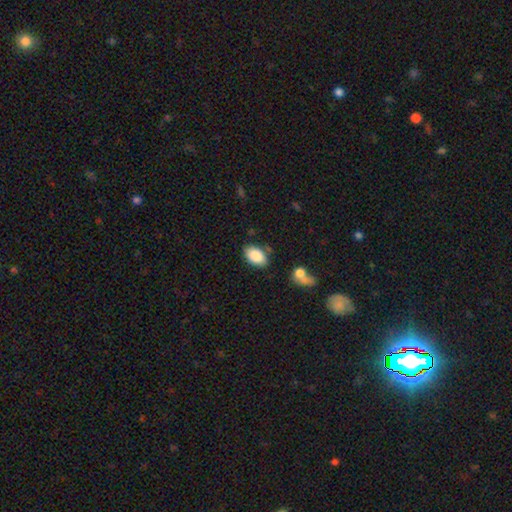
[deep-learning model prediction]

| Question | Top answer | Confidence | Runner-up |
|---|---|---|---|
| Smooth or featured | smooth | 87% | star or artifact (7%) |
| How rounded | in between | 92% | round (7%) |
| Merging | none | 79% | minor disturbance (14%) |